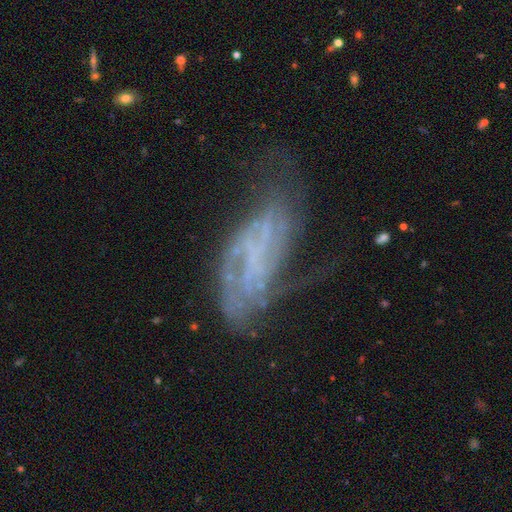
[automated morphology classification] smooth_or_featured: featured or disk (p=0.71) [alt: smooth p=0.17]
disk_edge_on: no (p=0.91) [alt: yes p=0.09]
bar: no (p=0.54) [alt: weak p=0.28]
has_spiral_arms: yes (p=0.73) [alt: no p=0.27]
bulge_size: none (p=0.73) [alt: small p=0.17]
merging: none (p=0.41) [alt: major disturbance p=0.29]